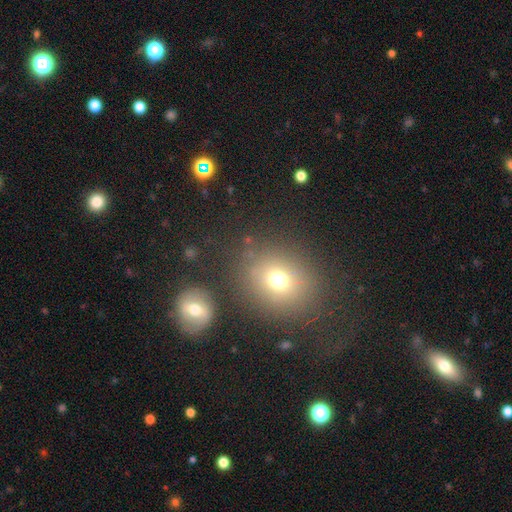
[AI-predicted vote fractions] This is likely a smooth galaxy (63%). How rounded: likely round (71%). Merging: likely none (74%).